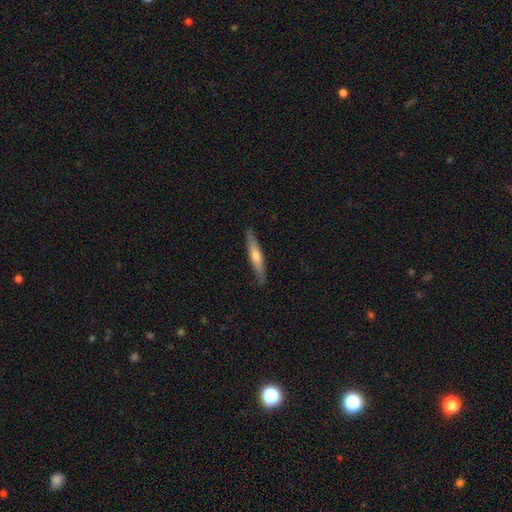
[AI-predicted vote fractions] Smooth or featured? featured or disk (50%)
Edge-on disk? yes (92%)
Merging? none (87%)